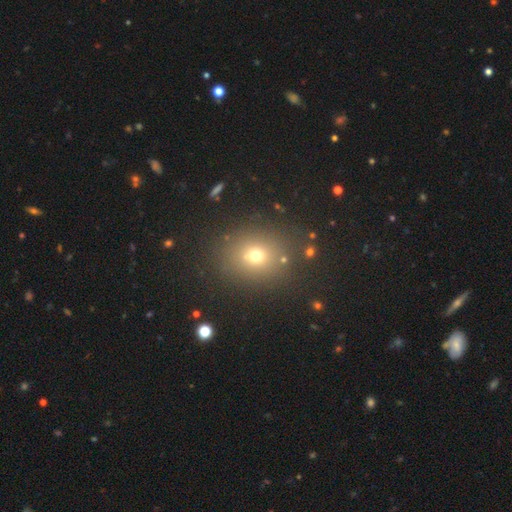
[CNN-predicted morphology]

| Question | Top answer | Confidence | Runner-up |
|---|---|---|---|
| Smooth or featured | smooth | 67% | star or artifact (22%) |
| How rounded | round | 69% | in between (30%) |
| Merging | none | 83% | minor disturbance (9%) |